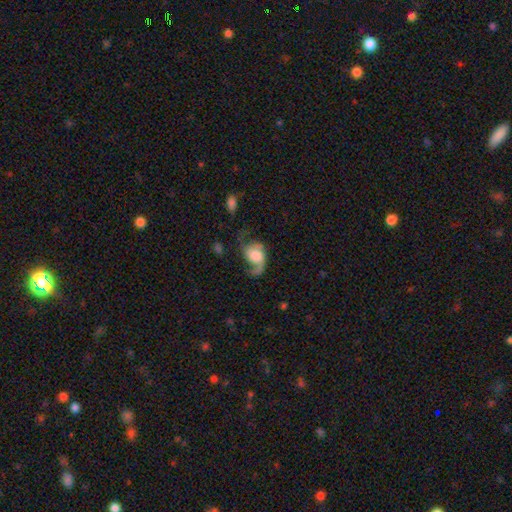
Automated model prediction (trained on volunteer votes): Smooth or featured: featured or disk — 69% (smooth — 24%)
Edge-on disk: no — 97% (yes — 3%)
Bar: no — 69% (weak — 26%)
Spiral arms: yes — 91% (no — 9%)
Spiral winding: loose — 55% (medium — 35%)
Spiral arm count: 2 — 47% (1 — 45%)
Bulge size: large — 37% (moderate — 29%)
Merging: none — 38% (tied with major disturbance — 38%)